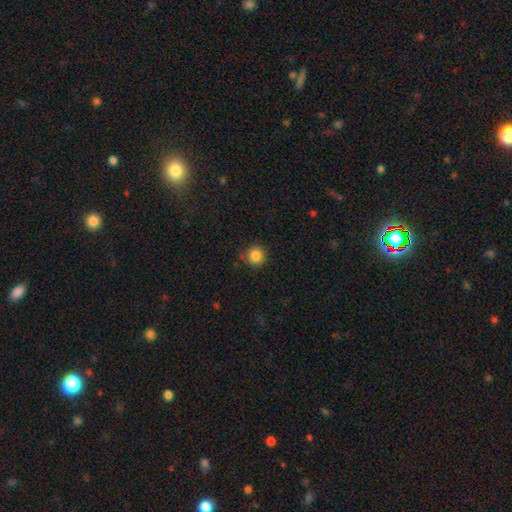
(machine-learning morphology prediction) Smooth or featured: smooth — 85% (star or artifact — 11%)
How rounded: round — 93% (in between — 6%)
Merging: none — 86% (minor disturbance — 10%)